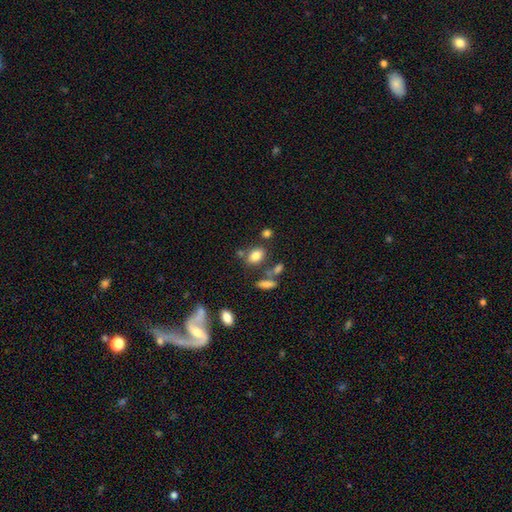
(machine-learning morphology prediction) smooth_or_featured: smooth (p=0.80) [alt: star or artifact p=0.10]
how_rounded: in between (p=0.77) [alt: round p=0.21]
merging: none (p=0.67) [alt: merger p=0.15]